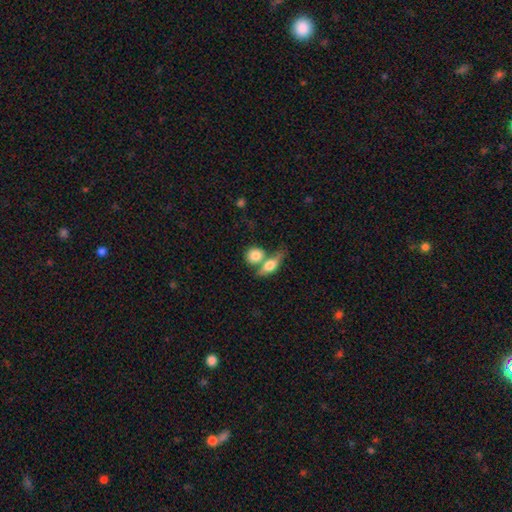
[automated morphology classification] Smooth or featured? smooth (79%)
How rounded? round (60%)
Merging? merger (47%)